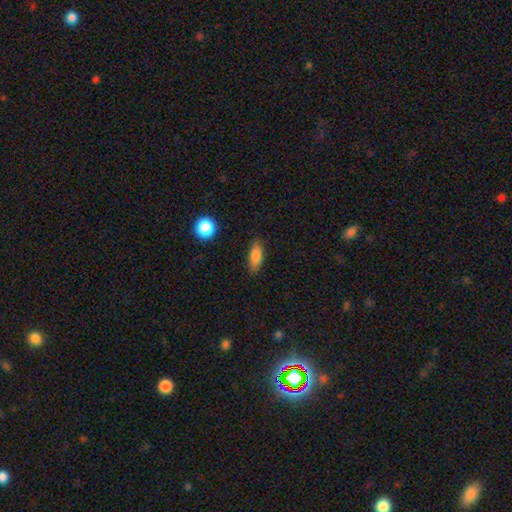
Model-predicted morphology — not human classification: Smooth or featured: smooth — 83% (featured or disk — 9%)
How rounded: in between — 77% (cigar-shaped — 19%)
Merging: none — 84% (minor disturbance — 12%)